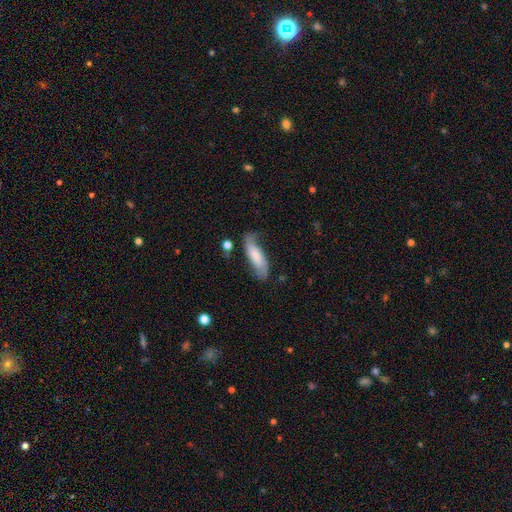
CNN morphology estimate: Smooth or featured? smooth (55%)
How rounded? in between (56%)
Merging? none (63%)